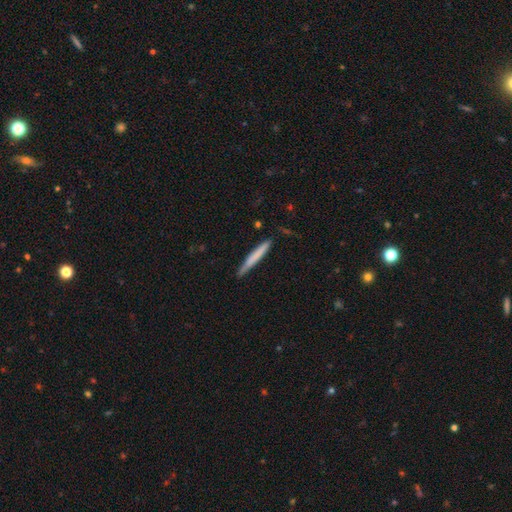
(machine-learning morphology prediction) smooth_or_featured: smooth (p=0.68) [alt: featured or disk p=0.27]
how_rounded: cigar-shaped (p=0.96) [alt: in between p=0.02]
merging: none (p=0.84) [alt: minor disturbance p=0.12]